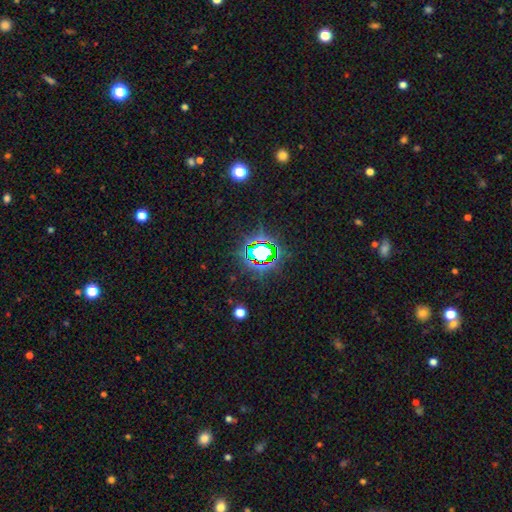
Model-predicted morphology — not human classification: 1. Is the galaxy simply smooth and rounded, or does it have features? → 74% star or artifact, 15% smooth, 10% featured or disk.